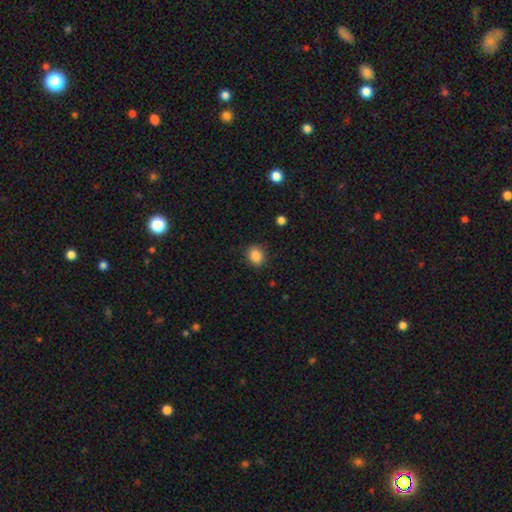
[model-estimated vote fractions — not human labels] A smooth galaxy with no disk features (86%) that is round (55%).

Vote fractions:
- Smooth or featured? smooth: 86% / star or artifact: 10% / featured or disk: 4%
- How rounded? round: 55% / in between: 44% / cigar-shaped: 1%
- Merging? none: 87% / minor disturbance: 9% / major disturbance: 3% / merger: 1%